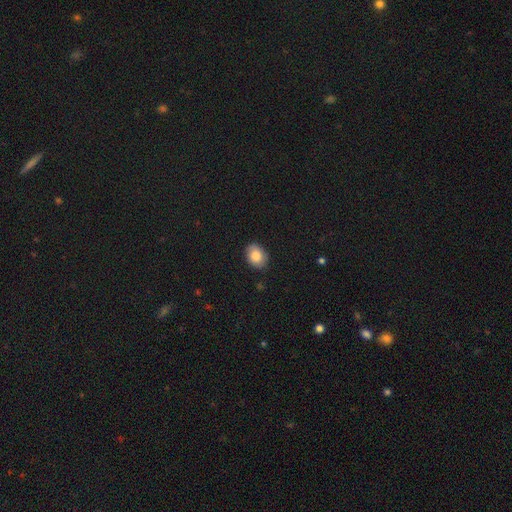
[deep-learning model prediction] Smooth or featured? smooth (84%)
How rounded? in between (70%)
Merging? none (86%)